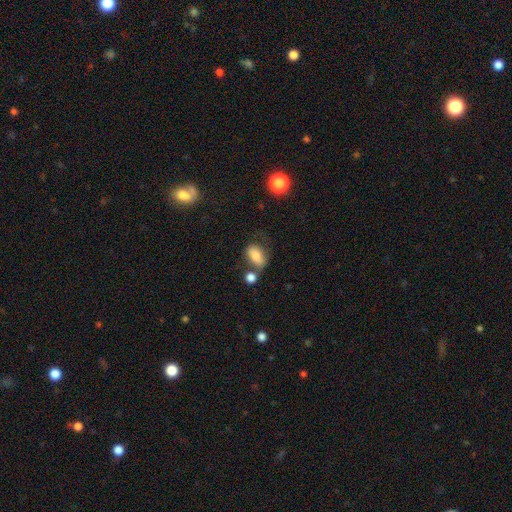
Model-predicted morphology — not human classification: This is likely a smooth galaxy (78%). How rounded: clearly in between (87%). Merging: marginally none (43%).